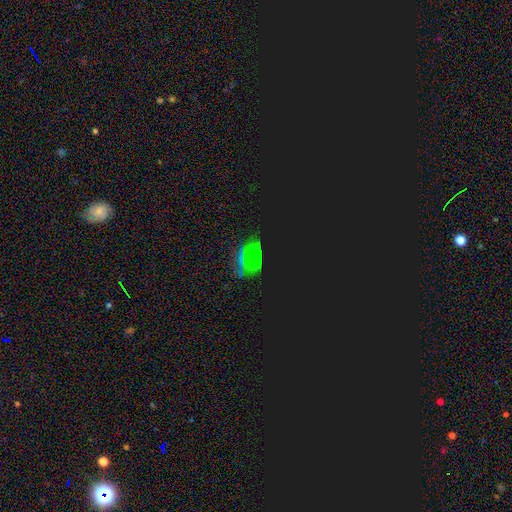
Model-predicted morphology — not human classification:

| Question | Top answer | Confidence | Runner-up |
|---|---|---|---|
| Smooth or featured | star or artifact | 66% | smooth (24%) |